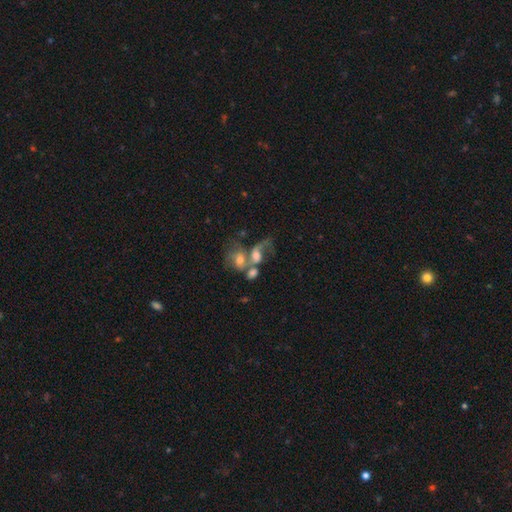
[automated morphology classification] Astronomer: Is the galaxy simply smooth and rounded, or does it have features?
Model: featured or disk — 53% (runner-up: smooth, 35%).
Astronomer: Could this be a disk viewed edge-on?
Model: no — 96%.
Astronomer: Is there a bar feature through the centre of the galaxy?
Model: no — 67%.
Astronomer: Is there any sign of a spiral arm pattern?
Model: yes — 65%.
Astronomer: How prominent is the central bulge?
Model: moderate — 51%.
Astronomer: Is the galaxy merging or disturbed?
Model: merger — 68%.